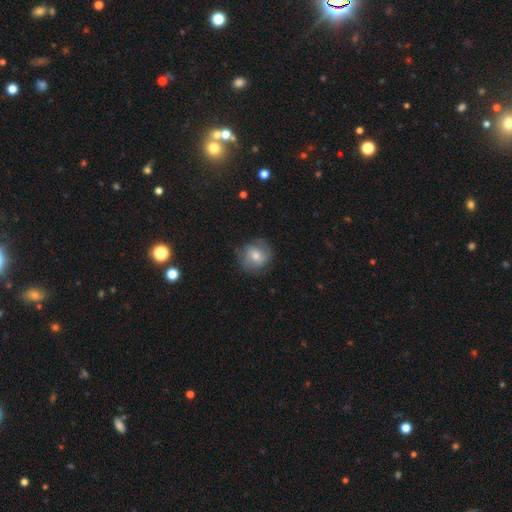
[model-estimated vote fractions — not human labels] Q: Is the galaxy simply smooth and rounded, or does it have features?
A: smooth — 56%.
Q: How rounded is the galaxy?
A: round — 87%.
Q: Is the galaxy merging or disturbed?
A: none — 75%.